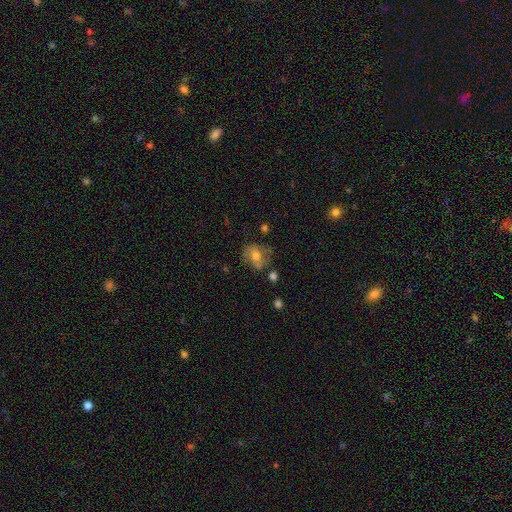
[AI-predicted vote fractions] Morphology: type=smooth (53%); roundness=round (63%); merging=none (60%).